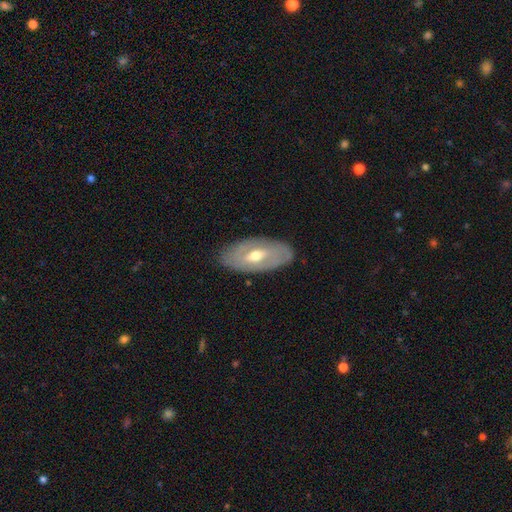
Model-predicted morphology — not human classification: smooth-or-featured: featured or disk: 62% | smooth: 33% | star or artifact: 5%
  disk-edge-on: no: 85% | yes: 15%
    bar: no: 44% | weak: 39% | strong: 17%
    has-spiral-arms: no: 58% | yes: 42%
    bulge-size: moderate: 71% | small: 21% | large: 6% | none: 1% | dominant: 1%
  merging: none: 83% | minor disturbance: 13% | major disturbance: 3% | merger: 1%